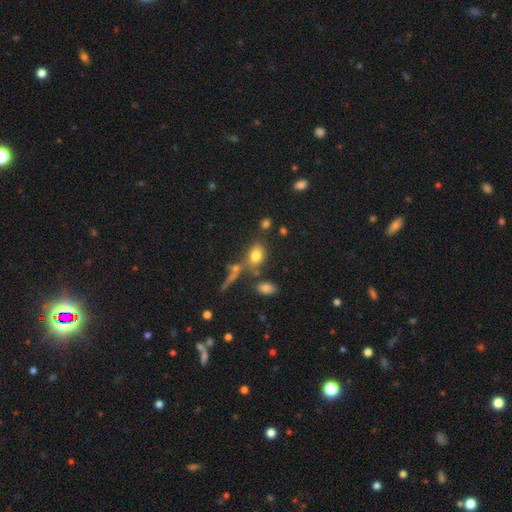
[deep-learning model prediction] Smooth or featured: smooth — 76% (featured or disk — 12%)
How rounded: in between — 74% (round — 22%)
Merging: none — 62% (merger — 17%)